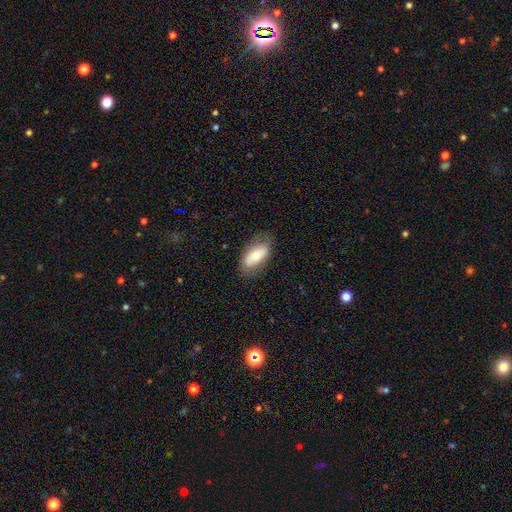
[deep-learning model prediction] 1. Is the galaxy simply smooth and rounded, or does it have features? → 68% smooth, 26% featured or disk, 6% star or artifact.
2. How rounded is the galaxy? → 89% in between, 8% cigar-shaped, 3% round.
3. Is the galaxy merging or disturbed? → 76% none, 17% minor disturbance, 5% major disturbance, 1% merger.